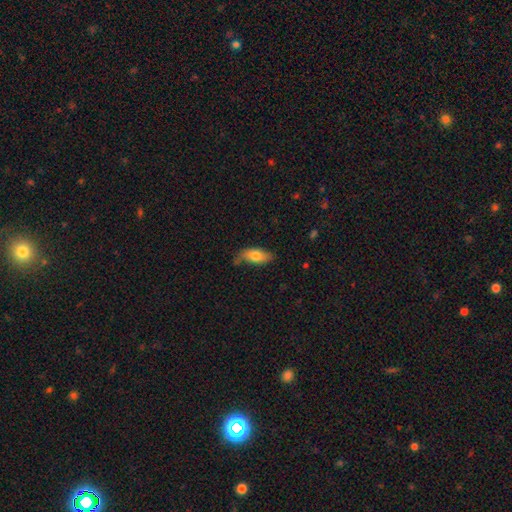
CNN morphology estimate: A smooth galaxy with no disk features (77%) that is in between round and cigar-shaped (87%).

Vote fractions:
- Smooth or featured? smooth: 77% / featured or disk: 16% / star or artifact: 7%
- How rounded? in between: 87% / cigar-shaped: 10% / round: 3%
- Merging? none: 64% / minor disturbance: 25% / major disturbance: 6% / merger: 5%